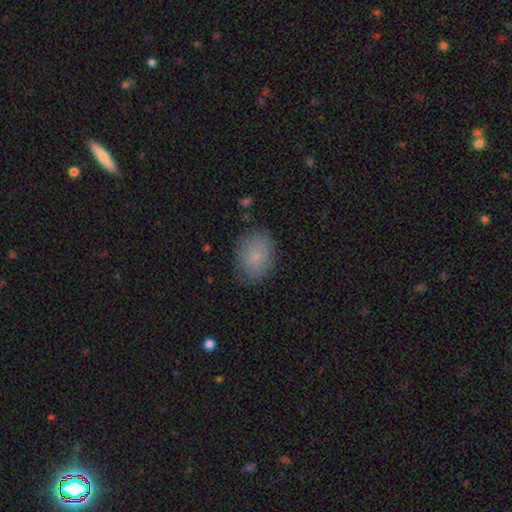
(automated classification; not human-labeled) smooth_or_featured: smooth (p=0.80) [alt: featured or disk p=0.10]
how_rounded: in between (p=0.68) [alt: round p=0.31]
merging: none (p=0.82) [alt: minor disturbance p=0.13]